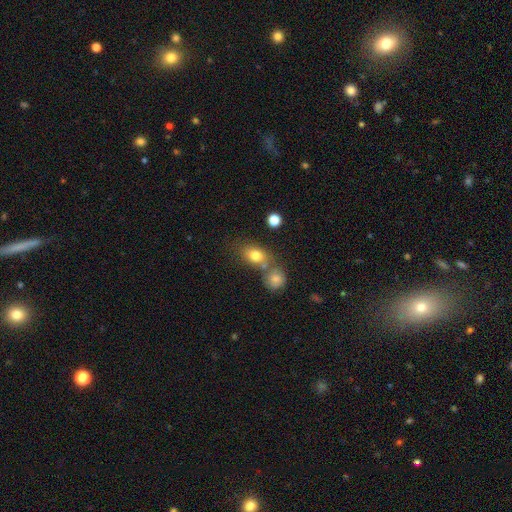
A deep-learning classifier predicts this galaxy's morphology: smooth-or-featured: smooth: 78% | featured or disk: 12% | star or artifact: 11%
  how-rounded: in between: 69% | round: 29% | cigar-shaped: 2%
  merging: none: 49% | merger: 34% | minor disturbance: 12% | major disturbance: 5%